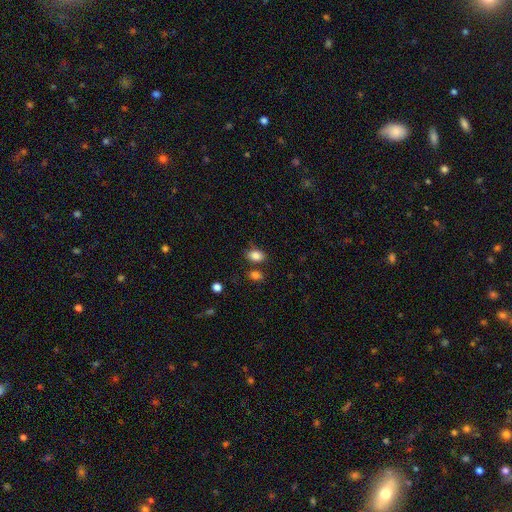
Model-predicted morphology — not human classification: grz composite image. It shows a smooth galaxy with no disk features (84%) that is in between round and cigar-shaped (81%). Merging: none (74%).